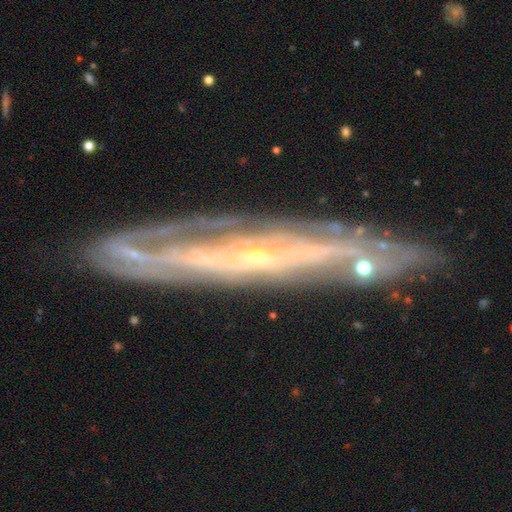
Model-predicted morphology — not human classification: Overall: featured or disk (82%). Edge-on disk: yes (54%; no 46%). Merging: none (81%).